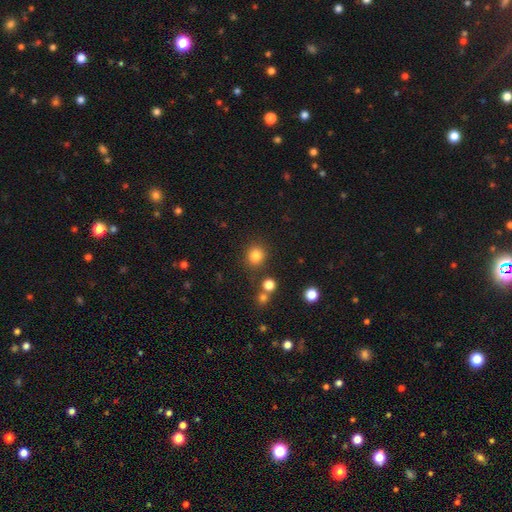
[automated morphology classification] smooth 83%, star or artifact 13%, featured or disk 5%. Down the decision tree: how rounded — round (83%); merging — none (82%).